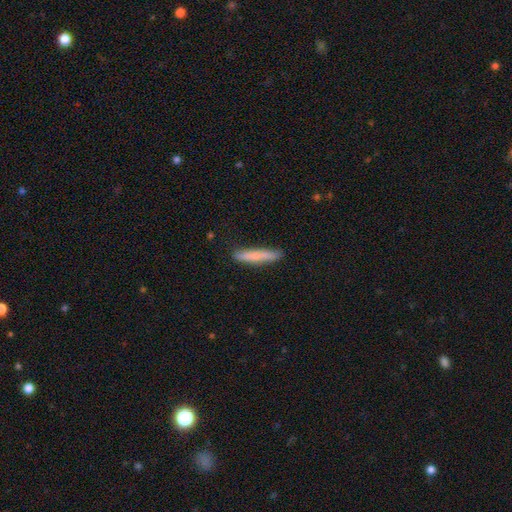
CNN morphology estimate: Q: Smooth or featured?
A: smooth (75%); runner-up: featured or disk (19%)
Q: How rounded?
A: cigar-shaped (94%); runner-up: in between (5%)
Q: Merging?
A: none (86%); runner-up: minor disturbance (11%)